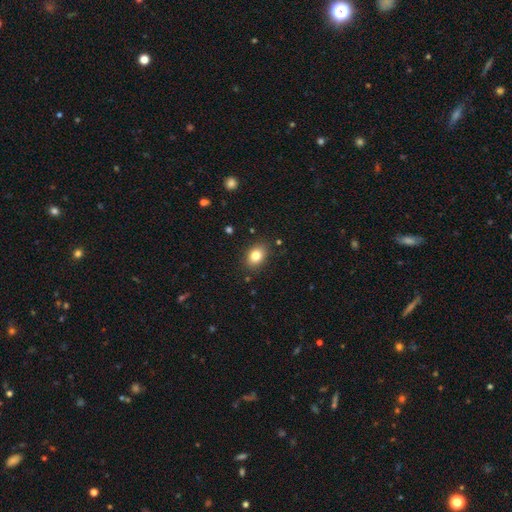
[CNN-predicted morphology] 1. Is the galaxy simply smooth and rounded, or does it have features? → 82% smooth, 10% star or artifact, 8% featured or disk.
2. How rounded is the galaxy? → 75% in between, 24% round, 1% cigar-shaped.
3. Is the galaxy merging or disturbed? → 87% none, 9% minor disturbance, 2% major disturbance, 1% merger.